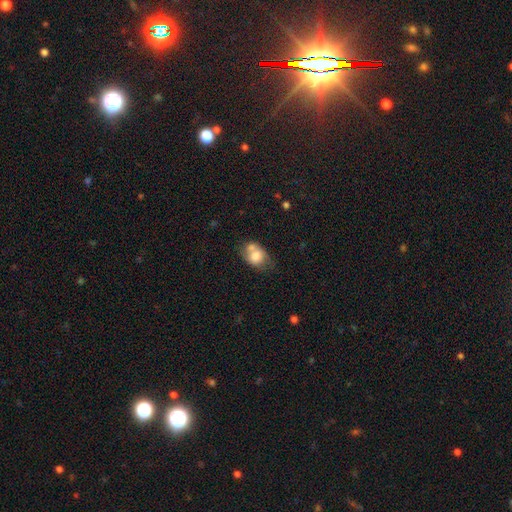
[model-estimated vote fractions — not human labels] Smooth or featured? Predicted: smooth (p=0.72). How rounded? Predicted: in between (p=0.65). Merging? Predicted: merger (p=0.38).